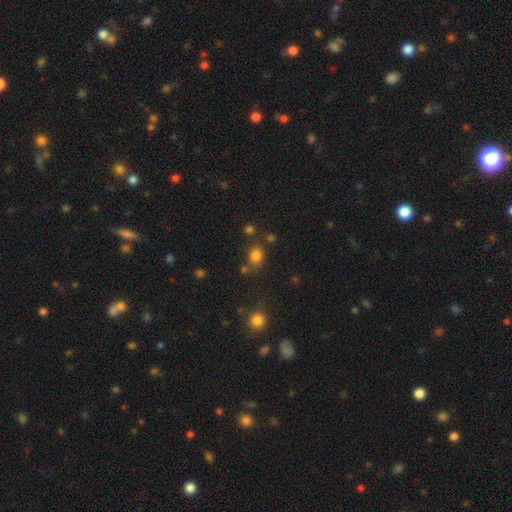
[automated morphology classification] smooth_or_featured: smooth (p=0.79) [alt: star or artifact p=0.15]
how_rounded: round (p=0.56) [alt: in between p=0.43]
merging: none (p=0.72) [alt: minor disturbance p=0.13]